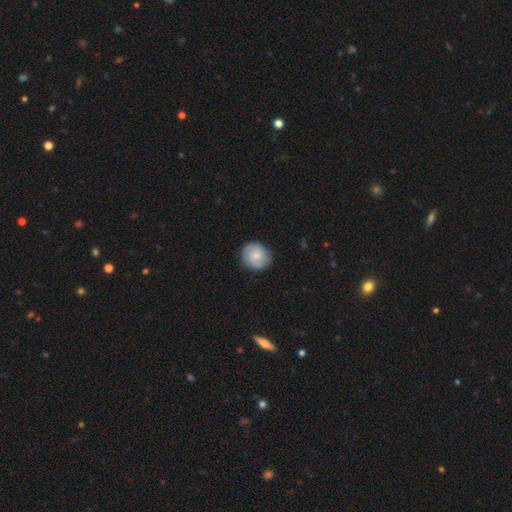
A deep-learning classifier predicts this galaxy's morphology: Smooth or featured?
  - smooth: 68% *
  - featured or disk: 25%
  - star or artifact: 7%
How rounded?
  - round: 83% *
  - in between: 16%
  - cigar-shaped: 1%
Merging?
  - none: 83% *
  - minor disturbance: 13%
  - major disturbance: 3%
  - merger: 1%